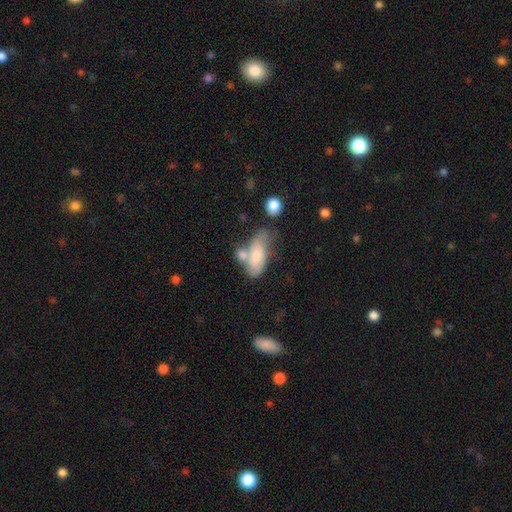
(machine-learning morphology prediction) Smooth or featured: smooth — 65% (featured or disk — 28%)
How rounded: in between — 84% (cigar-shaped — 13%)
Merging: merger — 38% (none — 30%)